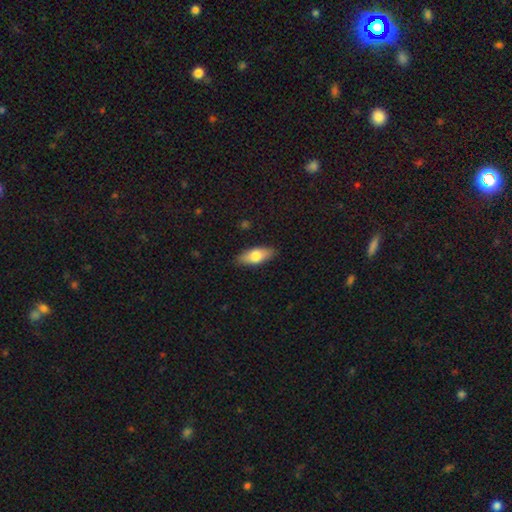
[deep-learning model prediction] smooth 73%, featured or disk 21%, star or artifact 6%. Down the decision tree: how rounded — in between (81%); merging — none (88%).